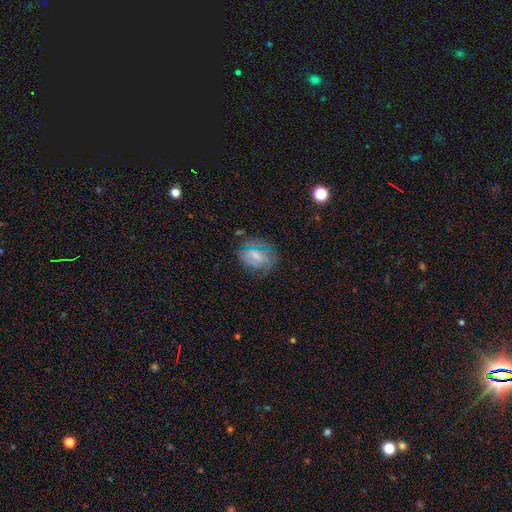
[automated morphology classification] Smooth or featured: smooth — 49% (featured or disk — 39%)
Merging: none — 64% (minor disturbance — 23%)